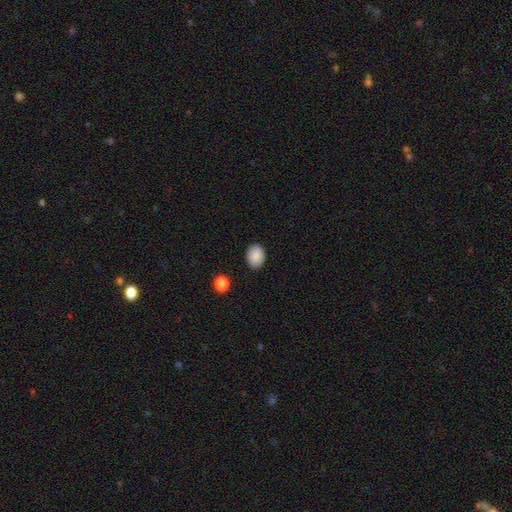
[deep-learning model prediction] A smooth galaxy with no disk features (87%) that is in between round and cigar-shaped (72%).

Vote fractions:
- Smooth or featured? smooth: 87% / star or artifact: 8% / featured or disk: 5%
- How rounded? in between: 72% / round: 27% / cigar-shaped: 1%
- Merging? none: 86% / minor disturbance: 10% / major disturbance: 2% / merger: 1%